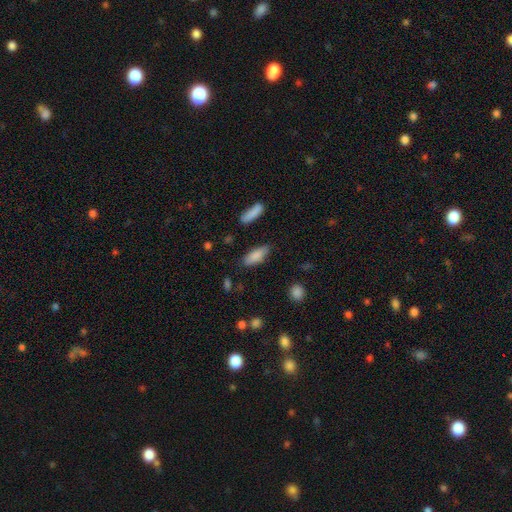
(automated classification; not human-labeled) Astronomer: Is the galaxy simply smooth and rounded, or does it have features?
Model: smooth — 84%.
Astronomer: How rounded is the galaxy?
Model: in between — 73%.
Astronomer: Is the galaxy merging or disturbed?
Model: none — 77%.